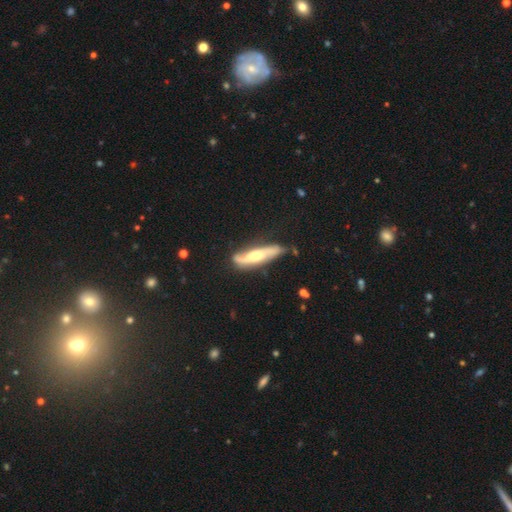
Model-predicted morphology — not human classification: Smooth or featured?
  - featured or disk: 64% *
  - smooth: 31%
  - star or artifact: 5%
Edge-on disk?
  - no: 55% *
  - yes: 45%
Merging?
  - none: 65% *
  - minor disturbance: 24%
  - major disturbance: 7%
  - merger: 4%